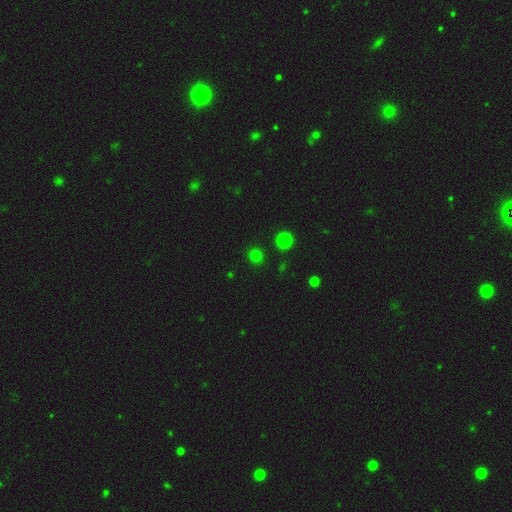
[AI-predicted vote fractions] Smooth or featured: smooth — 76% (star or artifact — 19%)
How rounded: round — 92% (in between — 7%)
Merging: none — 90% (minor disturbance — 5%)